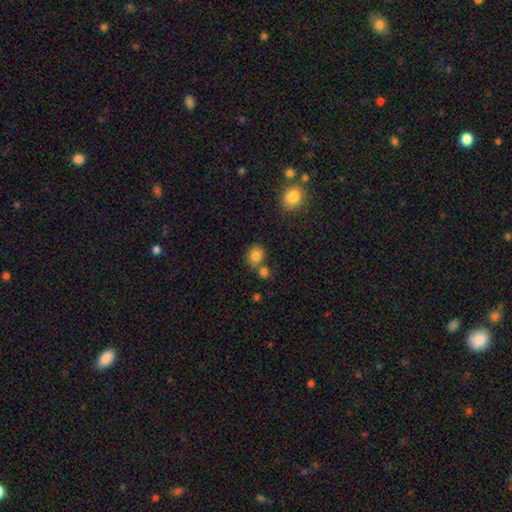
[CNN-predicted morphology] A smooth galaxy with no disk features (82%) that is round (66%). Merging: none (62%).